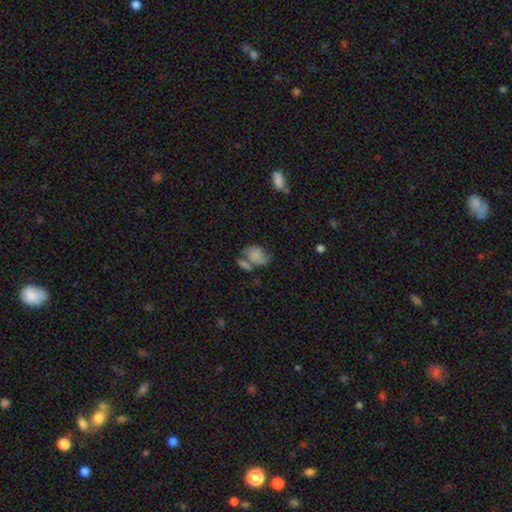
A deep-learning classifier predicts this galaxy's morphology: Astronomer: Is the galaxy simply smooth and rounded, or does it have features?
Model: smooth — 62%.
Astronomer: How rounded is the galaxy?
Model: in between — 70%.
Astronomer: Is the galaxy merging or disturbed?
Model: merger — 33% (runner-up: none, 31%).